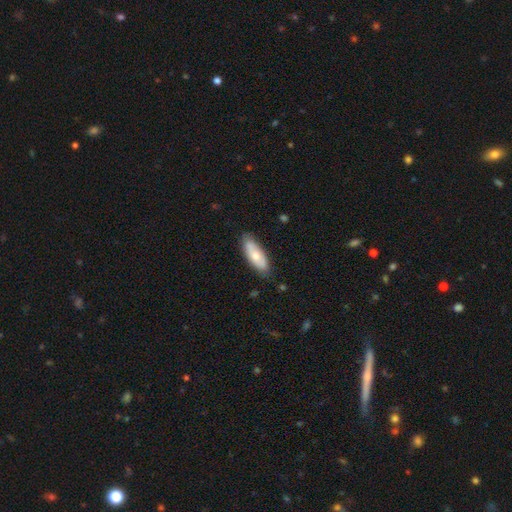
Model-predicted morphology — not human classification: Overall: smooth (63%; featured or disk 31%). How rounded: in between (71%). Merging: none (81%).